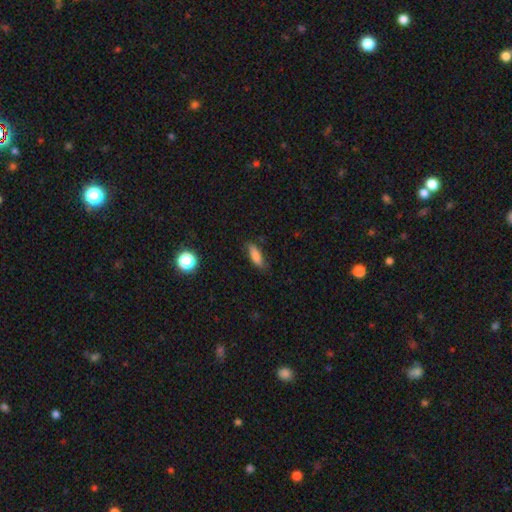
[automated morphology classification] This appears to be a smooth galaxy with no disk features (81%) that is in between round and cigar-shaped (50%). Merging: none (79%).